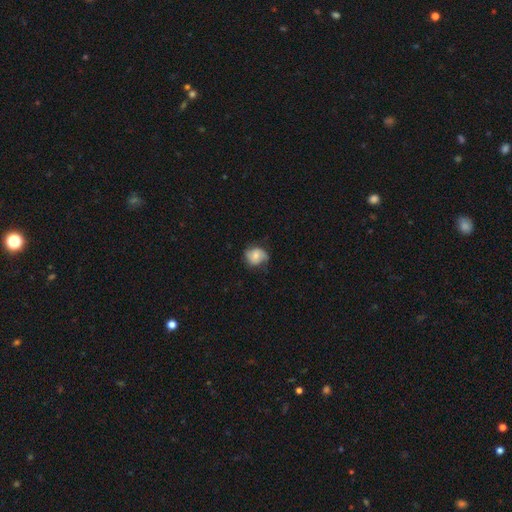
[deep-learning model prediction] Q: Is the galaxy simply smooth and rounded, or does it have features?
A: smooth — 60%.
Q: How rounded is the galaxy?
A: round — 69%.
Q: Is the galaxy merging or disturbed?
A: none — 59%.